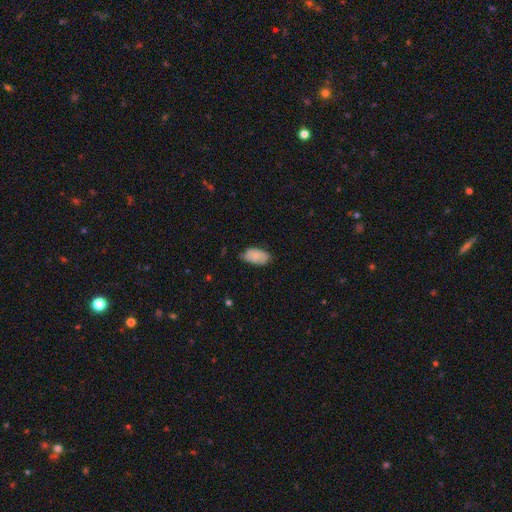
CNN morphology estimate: Smooth or featured?
  - smooth: 68% *
  - featured or disk: 25%
  - star or artifact: 7%
How rounded?
  - in between: 93% *
  - round: 5%
  - cigar-shaped: 2%
Merging?
  - none: 68% *
  - minor disturbance: 26%
  - major disturbance: 5%
  - merger: 1%